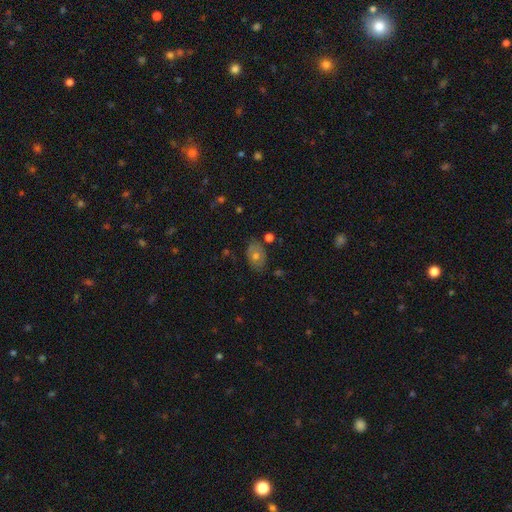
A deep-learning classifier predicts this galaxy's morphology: smooth_or_featured: smooth (p=0.54) [alt: featured or disk p=0.33]
how_rounded: in between (p=0.80) [alt: round p=0.18]
merging: none (p=0.78) [alt: minor disturbance p=0.15]